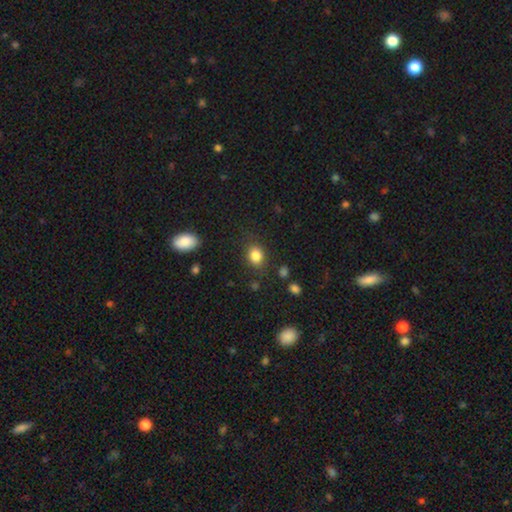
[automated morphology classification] type=smooth (83%); roundness=in between (52%); merging=none (81%).